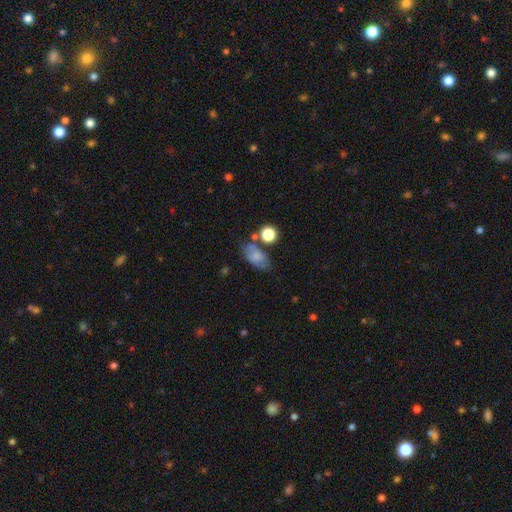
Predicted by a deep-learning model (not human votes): smooth 69%, featured or disk 21%, star or artifact 10%. Down the decision tree: how rounded — in between (84%); merging — none (57%).